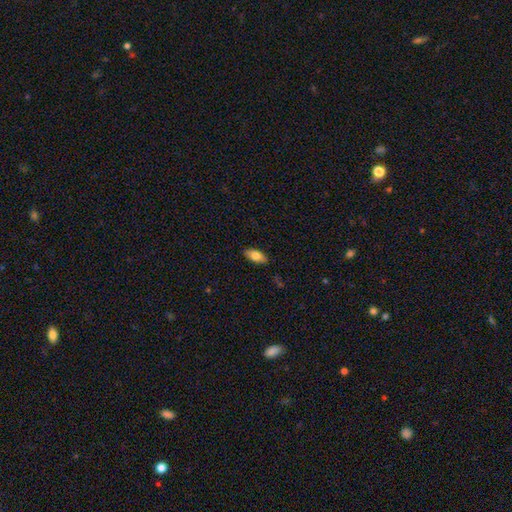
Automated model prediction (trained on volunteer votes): Smooth or featured: smooth — 75% (featured or disk — 18%)
How rounded: in between — 87% (cigar-shaped — 10%)
Merging: none — 86% (minor disturbance — 10%)